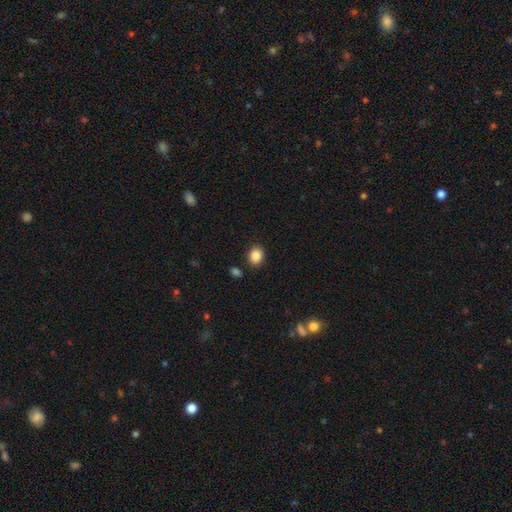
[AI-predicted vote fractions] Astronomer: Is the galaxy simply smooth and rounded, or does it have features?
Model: smooth — 87%.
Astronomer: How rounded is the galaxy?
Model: round — 50% (runner-up: in between, 49%).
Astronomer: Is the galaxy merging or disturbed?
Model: none — 85%.